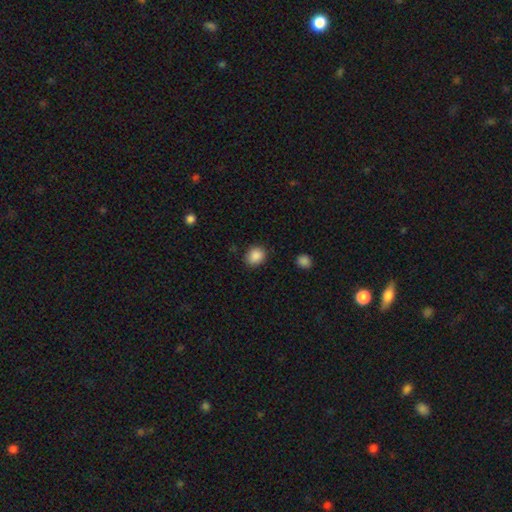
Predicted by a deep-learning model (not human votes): This appears to be a smooth galaxy with no disk features (88%) that is round (68%). Merging: none (86%).